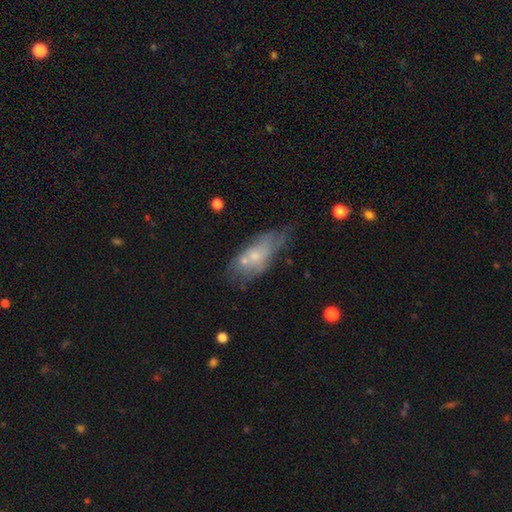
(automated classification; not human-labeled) smooth 47%, featured or disk 43%, star or artifact 10%. Down the decision tree: merging — none (40%).